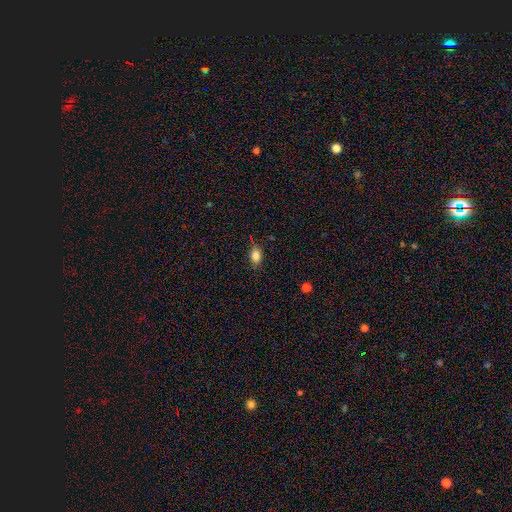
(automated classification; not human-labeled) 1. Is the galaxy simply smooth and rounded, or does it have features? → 84% smooth, 10% star or artifact, 7% featured or disk.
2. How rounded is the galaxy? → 82% in between, 15% round, 2% cigar-shaped.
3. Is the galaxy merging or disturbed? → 80% none, 15% minor disturbance, 3% major disturbance, 2% merger.